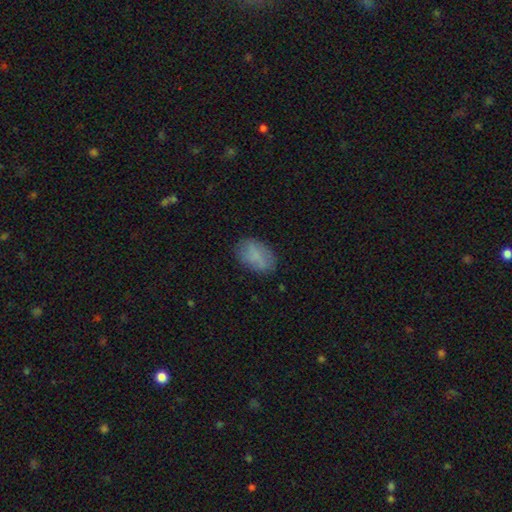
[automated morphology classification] This is likely a smooth galaxy (76%). How rounded: clearly in between (89%). Merging: likely none (73%).